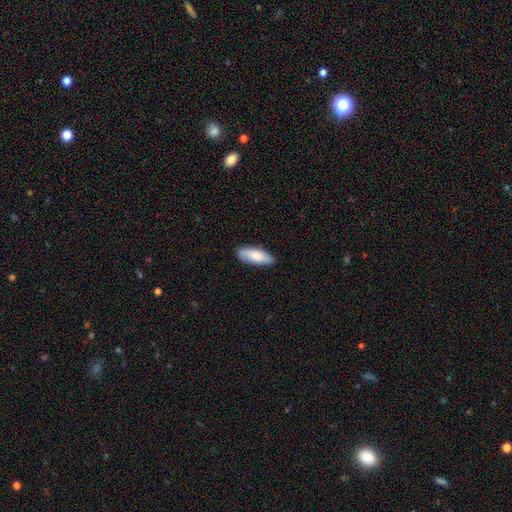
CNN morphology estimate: This is likely a smooth galaxy (74%). How rounded: likely in between (75%). Merging: clearly none (84%).